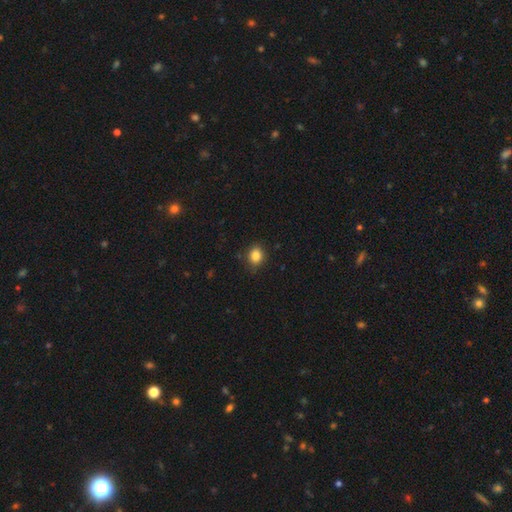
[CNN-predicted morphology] Smooth or featured? smooth (85%)
How rounded? round (64%)
Merging? none (84%)